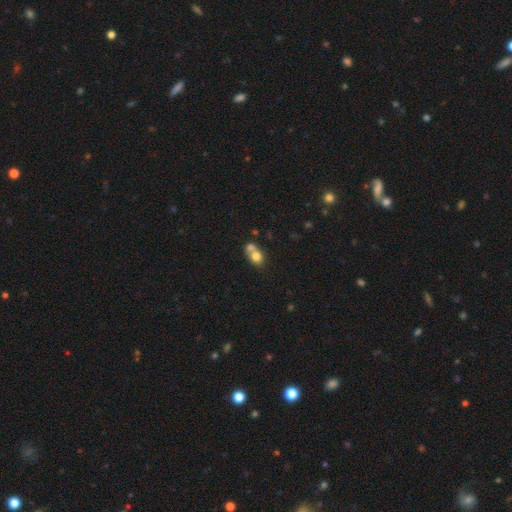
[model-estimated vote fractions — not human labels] Smooth or featured?
  - smooth: 76% *
  - featured or disk: 14%
  - star or artifact: 10%
How rounded?
  - round: 59% *
  - in between: 40%
  - cigar-shaped: 1%
Merging?
  - merger: 60% *
  - none: 29%
  - minor disturbance: 8%
  - major disturbance: 4%